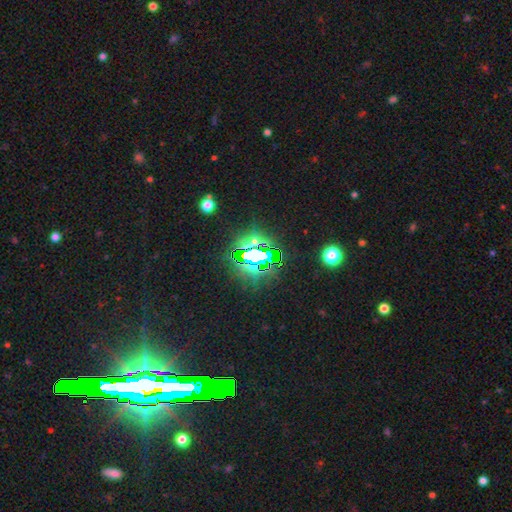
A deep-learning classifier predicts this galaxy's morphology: This is likely a star or artifact rather than a galaxy (78%).